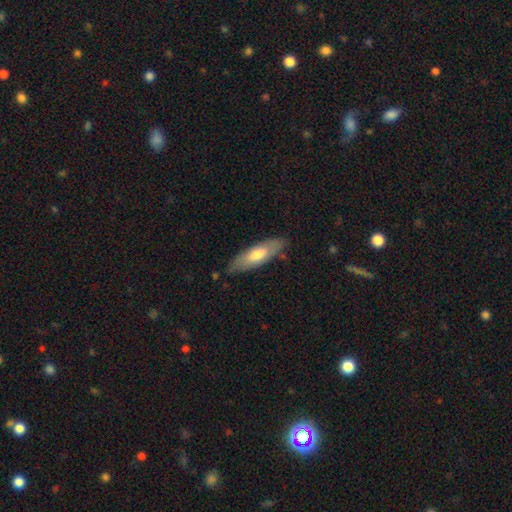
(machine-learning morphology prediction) A smooth galaxy with no disk features (61%) that is in between round and cigar-shaped (52%). Merging: none (80%).